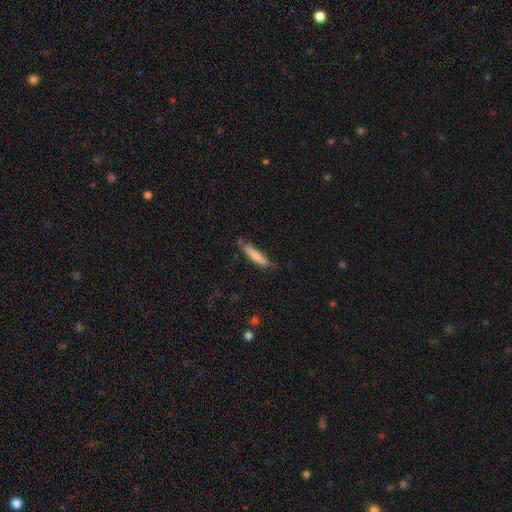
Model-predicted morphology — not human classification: Smooth or featured? smooth (73%)
How rounded? cigar-shaped (90%)
Merging? none (70%)